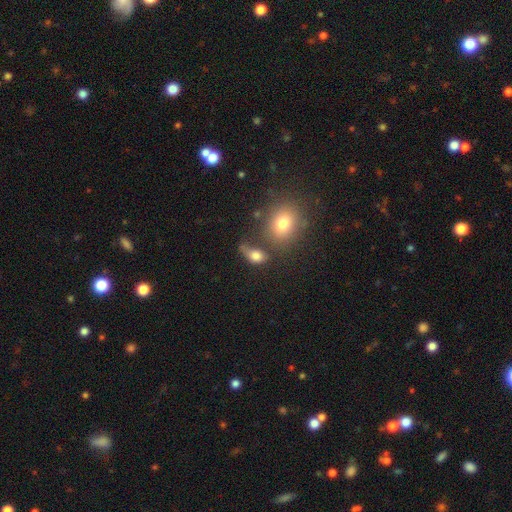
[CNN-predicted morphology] smooth-or-featured: smooth: 76% | star or artifact: 12% | featured or disk: 11%
  how-rounded: in between: 71% | round: 25% | cigar-shaped: 4%
  merging: none: 41% | minor disturbance: 22% | merger: 19% | major disturbance: 17%